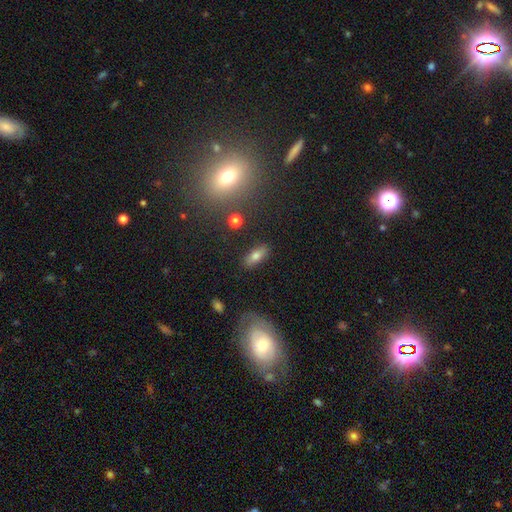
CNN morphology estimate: smooth 73%, featured or disk 16%, star or artifact 10%. Down the decision tree: how rounded — in between (76%); merging — none (85%).